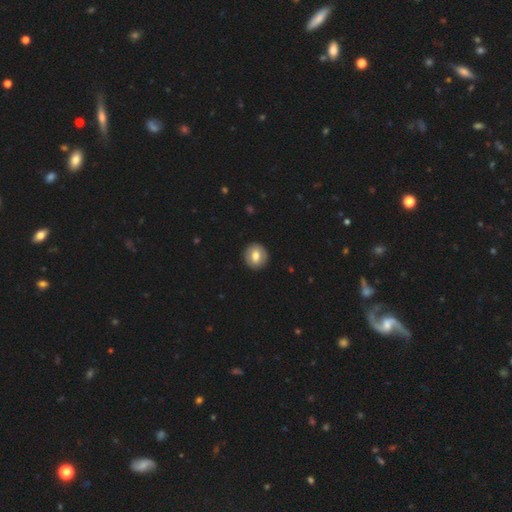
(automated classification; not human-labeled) This appears to be a smooth galaxy with no disk features (69%) that is round (81%). Merging: none (90%).